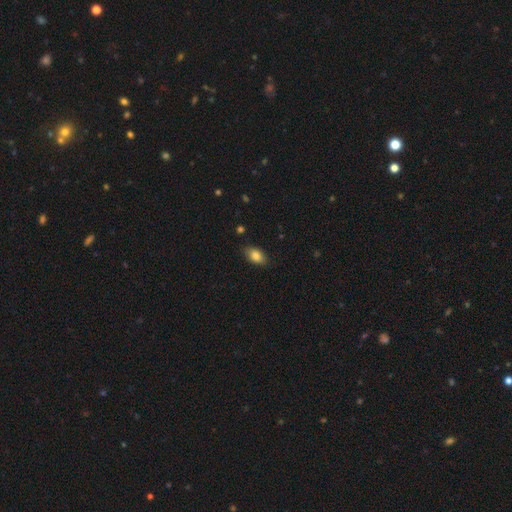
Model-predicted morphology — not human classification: Overall: smooth (85%). How rounded: in between (90%). Merging: none (84%).